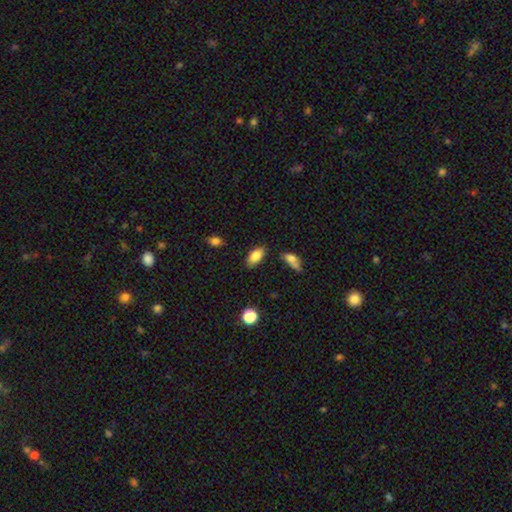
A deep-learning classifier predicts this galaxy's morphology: This is clearly a smooth galaxy (84%). How rounded: clearly in between (92%). Merging: likely none (78%).